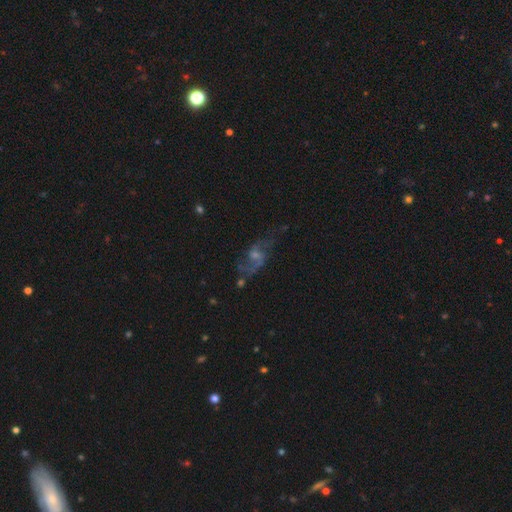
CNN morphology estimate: featured or disk 74%, star or artifact 13%, smooth 12%. Down the decision tree: edge-on disk — no (94%); bar — no (53%); spiral arms — yes (90%); spiral arm count — 2 (83%); spiral winding — loose (61%); bulge size — small (48%); merging — none (62%).